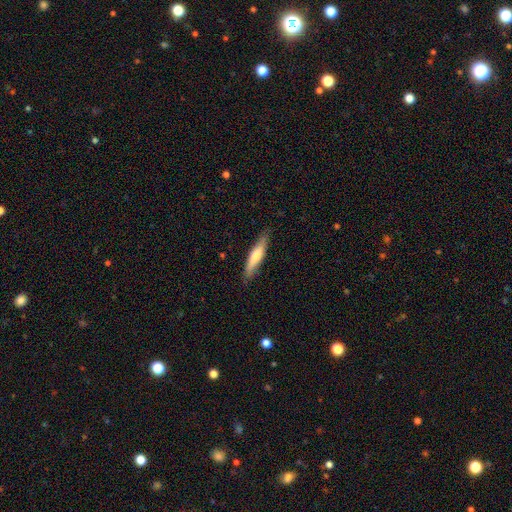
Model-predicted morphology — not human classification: type=smooth (64%); roundness=cigar-shaped (84%); merging=none (84%).